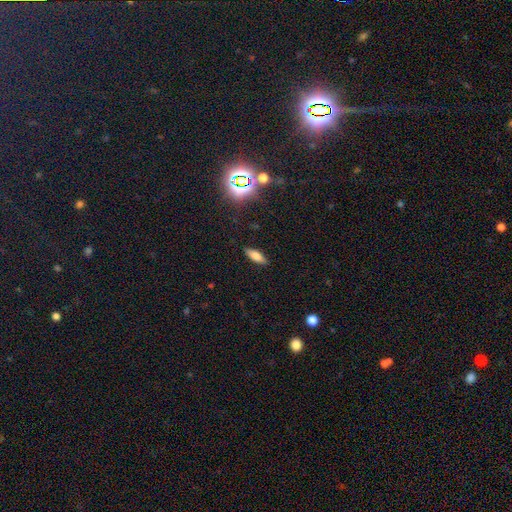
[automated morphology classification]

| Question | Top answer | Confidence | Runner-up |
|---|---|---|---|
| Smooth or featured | smooth | 73% | featured or disk (15%) |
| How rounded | in between | 68% | cigar-shaped (29%) |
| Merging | none | 87% | minor disturbance (9%) |